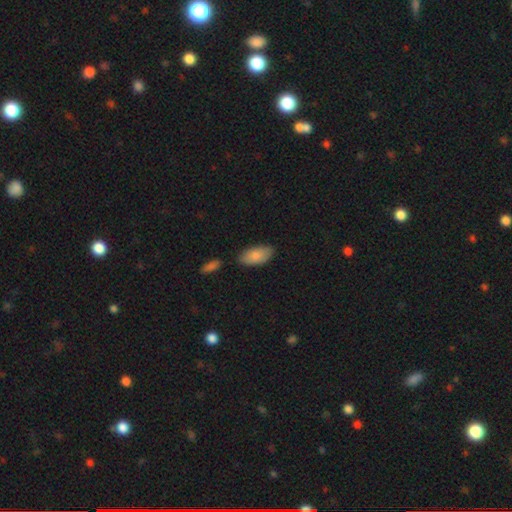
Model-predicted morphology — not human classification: This is clearly a smooth galaxy (84%). How rounded: clearly in between (93%). Merging: likely none (73%).